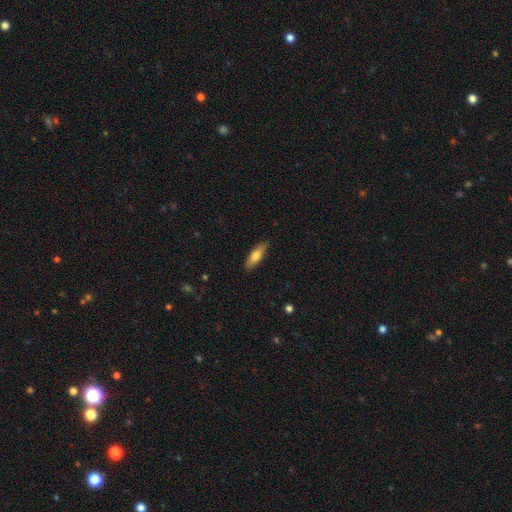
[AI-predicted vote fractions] Smooth or featured?
  - smooth: 70% *
  - featured or disk: 24%
  - star or artifact: 6%
How rounded?
  - in between: 49% * (tied)
  - cigar-shaped: 49% * (tied)
  - round: 2%
Merging?
  - none: 87% *
  - minor disturbance: 10%
  - major disturbance: 2%
  - merger: 1%